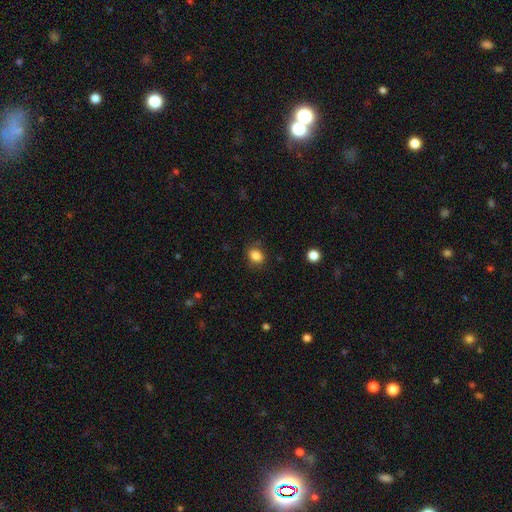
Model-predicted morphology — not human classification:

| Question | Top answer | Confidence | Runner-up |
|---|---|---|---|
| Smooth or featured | smooth | 86% | star or artifact (10%) |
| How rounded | in between | 54% | round (45%) |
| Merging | none | 80% | minor disturbance (14%) |